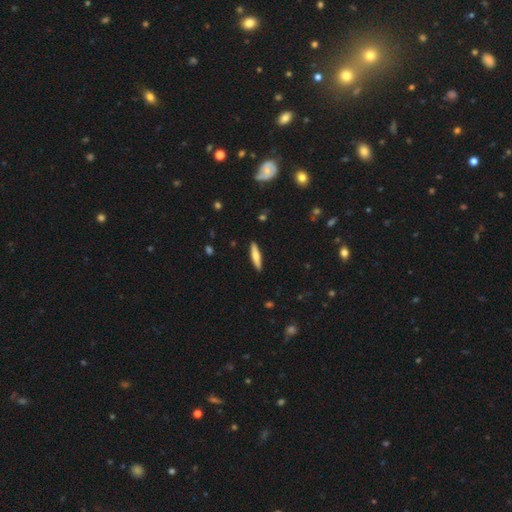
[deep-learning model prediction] Q: Smooth or featured?
A: smooth (64%); runner-up: featured or disk (30%)
Q: How rounded?
A: cigar-shaped (84%); runner-up: in between (15%)
Q: Merging?
A: none (91%); runner-up: minor disturbance (7%)